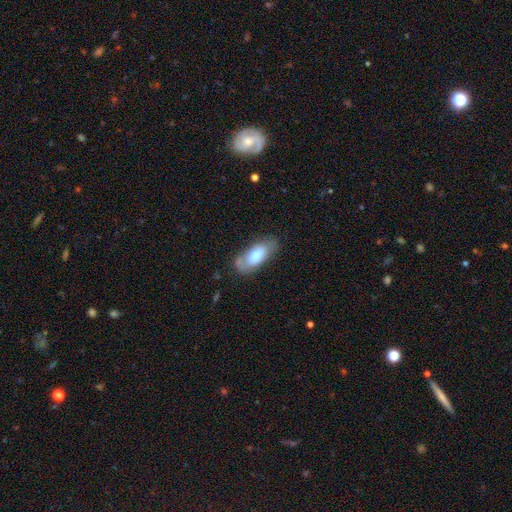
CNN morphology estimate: This is likely a smooth galaxy (70%). How rounded: clearly in between (86%). Merging: likely none (68%).